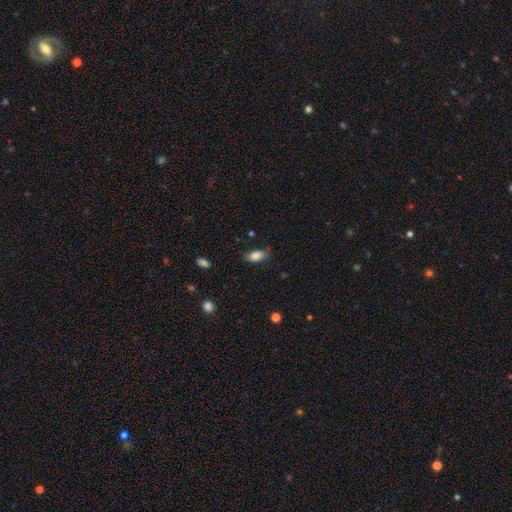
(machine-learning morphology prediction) A smooth galaxy with no disk features (84%) that is in between round and cigar-shaped (89%). Merging: none (74%).